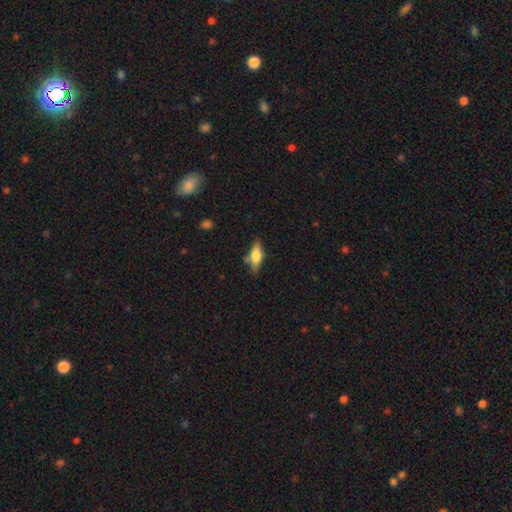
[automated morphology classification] Overall: smooth (57%; featured or disk 36%). How rounded: in between (62%; cigar-shaped 35%). Merging: none (69%).